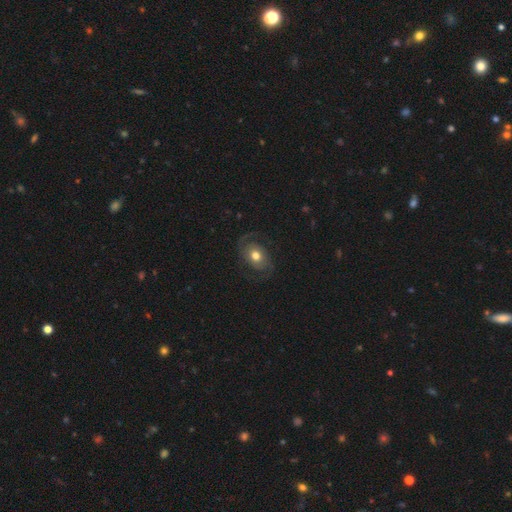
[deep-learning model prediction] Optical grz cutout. It shows a featured or disk galaxy (66%) with no bar (76%), 2 (85%) medium (43%) spiral arms (86%) and a moderate central bulge (70%). Merging: none (72%).